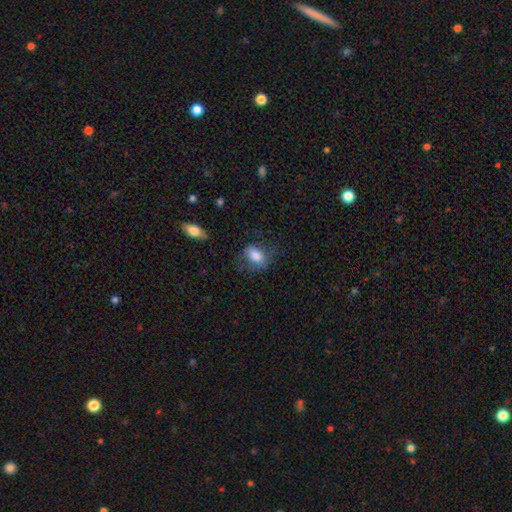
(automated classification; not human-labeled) Smooth or featured? smooth (77%)
How rounded? in between (78%)
Merging? none (51%)